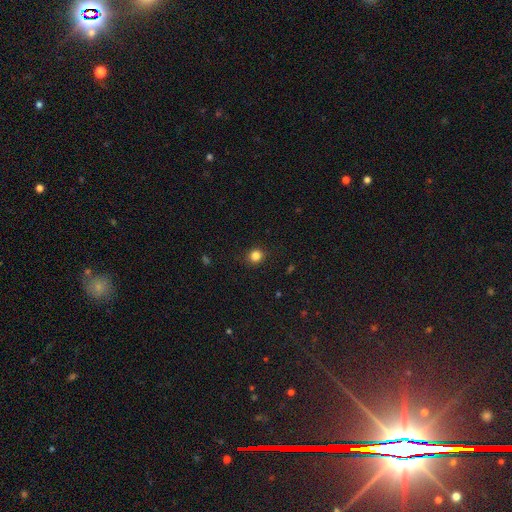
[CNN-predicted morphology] smooth-or-featured: smooth: 84% | star or artifact: 12% | featured or disk: 4%
  how-rounded: round: 88% | in between: 11% | cigar-shaped: 1%
  merging: none: 90% | minor disturbance: 7% | major disturbance: 2% | merger: 1%